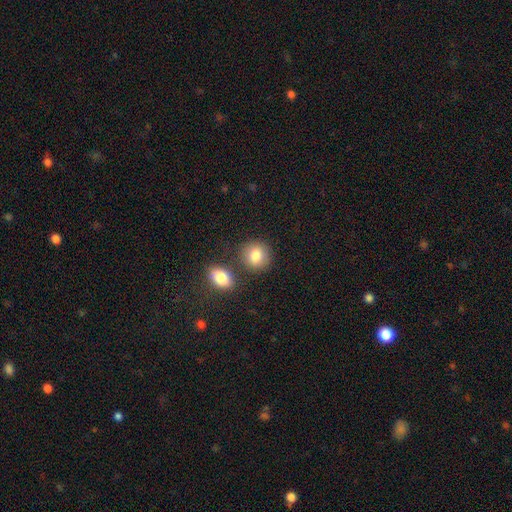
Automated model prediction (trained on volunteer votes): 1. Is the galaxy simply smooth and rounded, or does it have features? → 85% smooth, 8% star or artifact, 7% featured or disk.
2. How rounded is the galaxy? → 78% round, 21% in between, 1% cigar-shaped.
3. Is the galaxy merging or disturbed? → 74% none, 12% merger, 10% minor disturbance, 3% major disturbance.